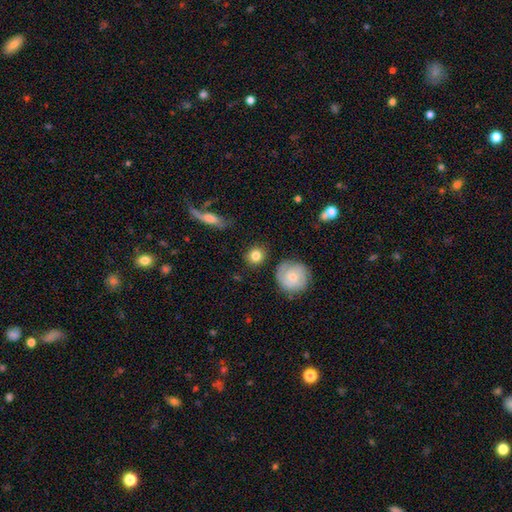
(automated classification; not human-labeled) The model was most divided on "smooth or featured": smooth: 78%, featured or disk: 15%, star or artifact: 7%. More confident: how rounded — round (87%); merging — none (84%).